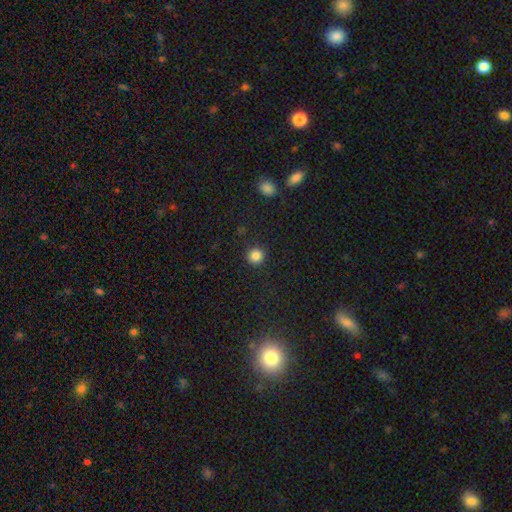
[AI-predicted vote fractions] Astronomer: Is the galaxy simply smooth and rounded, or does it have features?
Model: smooth — 85%.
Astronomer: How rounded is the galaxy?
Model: round — 94%.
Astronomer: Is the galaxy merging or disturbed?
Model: none — 92%.